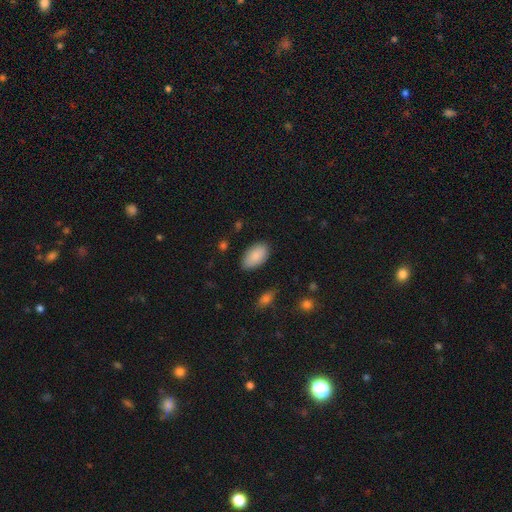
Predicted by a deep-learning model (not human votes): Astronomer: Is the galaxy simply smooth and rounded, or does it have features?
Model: smooth — 88%.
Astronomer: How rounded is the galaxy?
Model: in between — 95%.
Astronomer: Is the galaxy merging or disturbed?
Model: none — 84%.